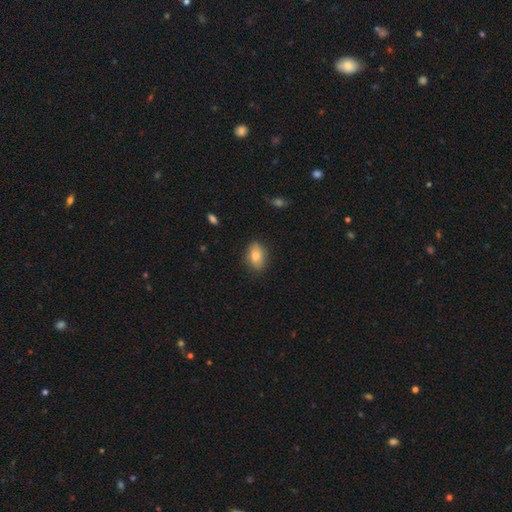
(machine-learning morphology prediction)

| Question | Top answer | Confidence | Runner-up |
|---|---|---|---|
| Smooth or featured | smooth | 78% | featured or disk (14%) |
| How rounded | in between | 85% | round (13%) |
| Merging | none | 83% | minor disturbance (14%) |